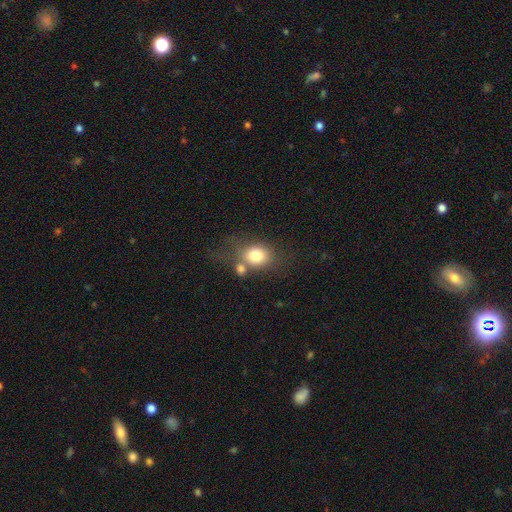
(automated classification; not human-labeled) smooth 77%, featured or disk 12%, star or artifact 10%. Down the decision tree: how rounded — round (50%); merging — none (50%).